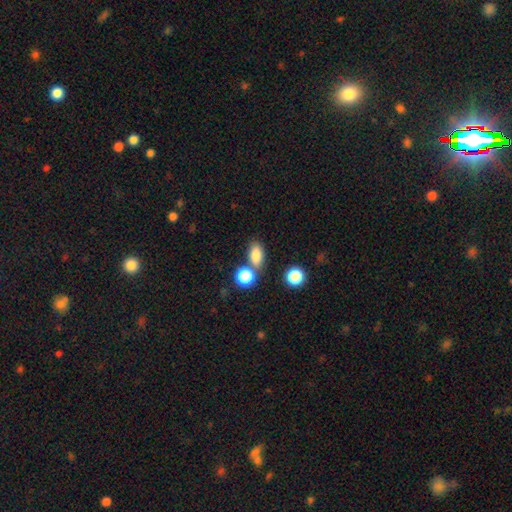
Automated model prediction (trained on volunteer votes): A smooth galaxy with no disk features (83%) that is in between round and cigar-shaped (78%).

Vote fractions:
- Smooth or featured? smooth: 83% / star or artifact: 11% / featured or disk: 7%
- How rounded? in between: 78% / round: 19% / cigar-shaped: 3%
- Merging? none: 60% / merger: 25% / minor disturbance: 11% / major disturbance: 4%